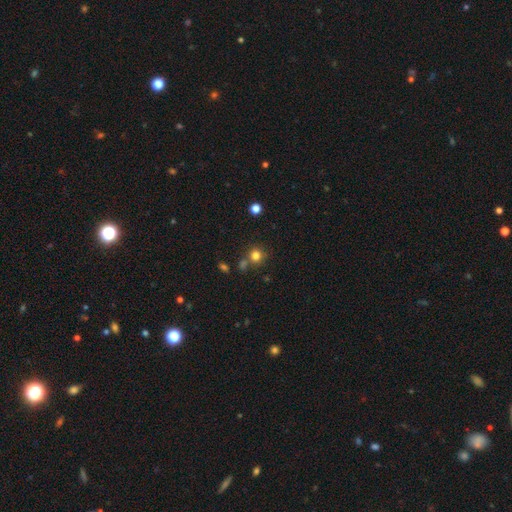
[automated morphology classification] A smooth galaxy with no disk features (79%) that is round (90%). Merging: none (70%).